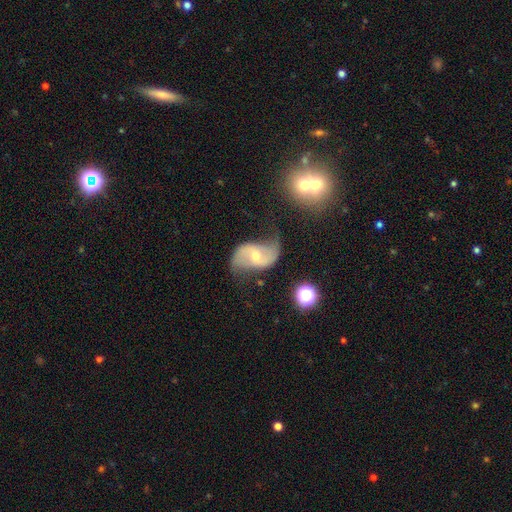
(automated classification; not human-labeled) Smooth or featured? featured or disk (83%)
Edge-on disk? no (97%)
Bar? weak (41%)
Spiral arms? yes (93%)
Spiral winding? loose (72%)
Spiral arm count? 2 (92%)
Bulge size? moderate (52%)
Merging? none (64%)